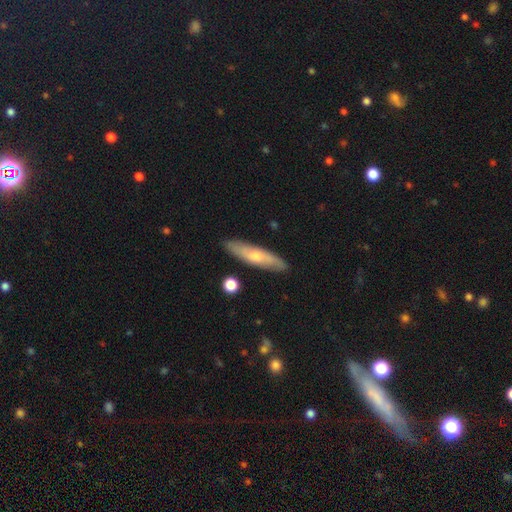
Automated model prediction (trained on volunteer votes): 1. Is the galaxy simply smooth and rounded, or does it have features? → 51% smooth, 43% featured or disk, 6% star or artifact.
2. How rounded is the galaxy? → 79% cigar-shaped, 19% in between, 2% round.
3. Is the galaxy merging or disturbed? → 88% none, 9% minor disturbance, 2% major disturbance, 2% merger.